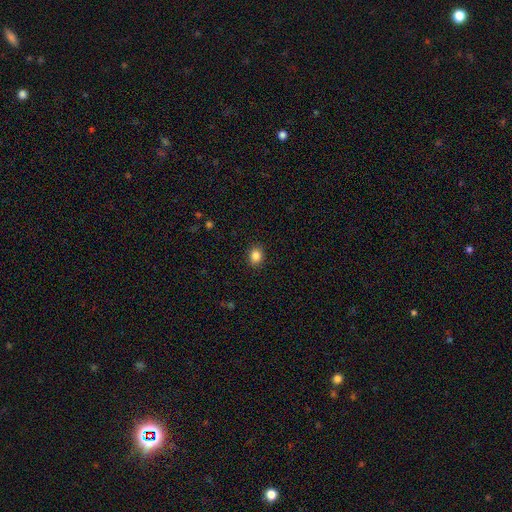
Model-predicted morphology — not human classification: Smooth or featured: smooth — 86% (star or artifact — 10%)
How rounded: round — 50% (in between — 49%)
Merging: none — 90% (minor disturbance — 7%)